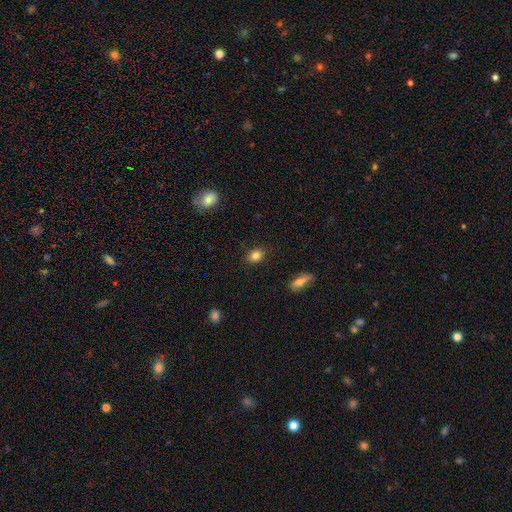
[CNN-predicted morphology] A smooth galaxy with no disk features (83%) that is in between round and cigar-shaped (68%).

Vote fractions:
- Smooth or featured? smooth: 83% / star or artifact: 10% / featured or disk: 7%
- How rounded? in between: 68% / round: 30% / cigar-shaped: 2%
- Merging? none: 87% / minor disturbance: 10% / major disturbance: 2% / merger: 1%